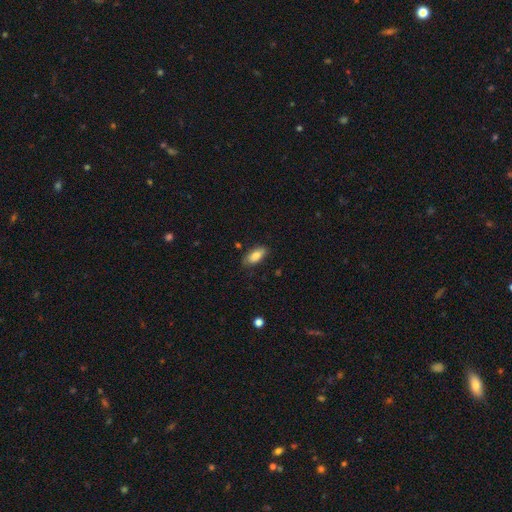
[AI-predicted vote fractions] Smooth or featured? smooth (79%)
How rounded? in between (87%)
Merging? none (79%)